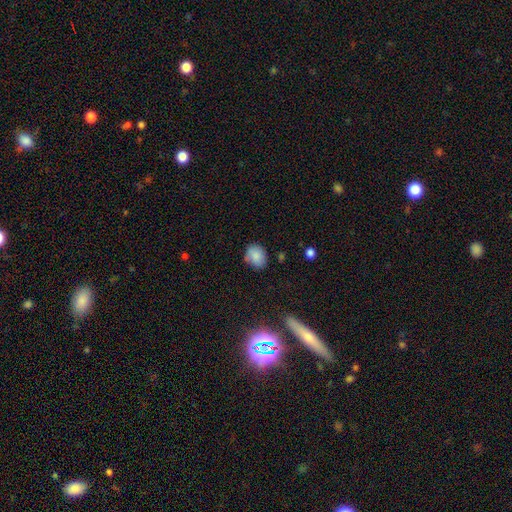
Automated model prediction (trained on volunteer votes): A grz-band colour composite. It shows a smooth galaxy with no disk features (82%) that is round (56%). Merging: none (71%).